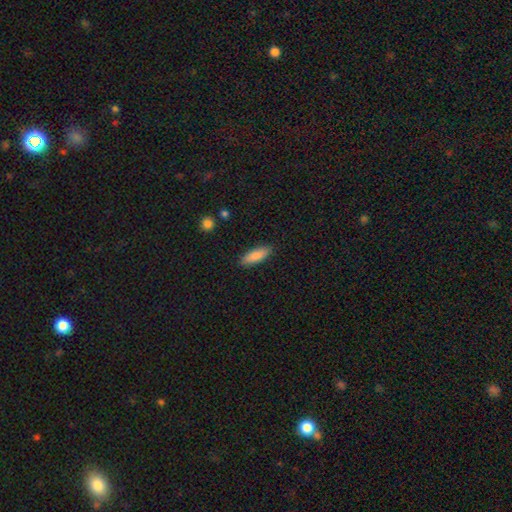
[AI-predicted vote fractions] Smooth or featured: smooth — 84% (featured or disk — 10%)
How rounded: in between — 61% (cigar-shaped — 37%)
Merging: none — 87% (minor disturbance — 10%)